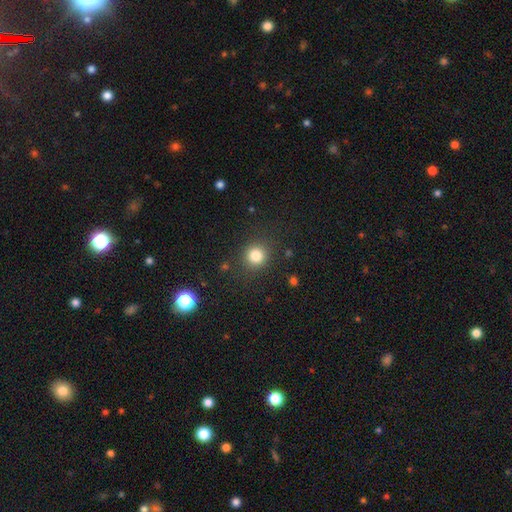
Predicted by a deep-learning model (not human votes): A smooth galaxy with no disk features (82%) that is round (89%). Merging: none (87%).